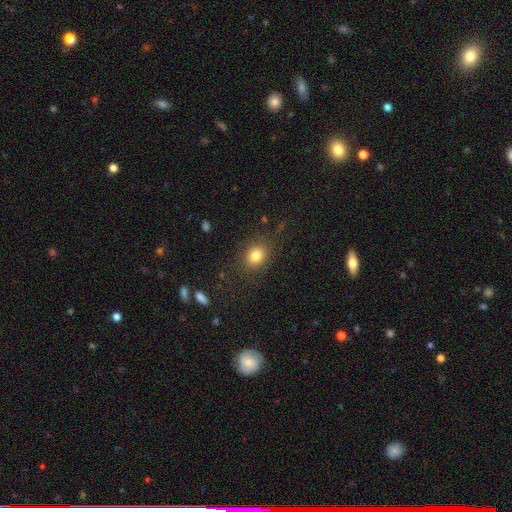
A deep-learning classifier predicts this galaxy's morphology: type=smooth (81%); roundness=round (53%); merging=none (84%).